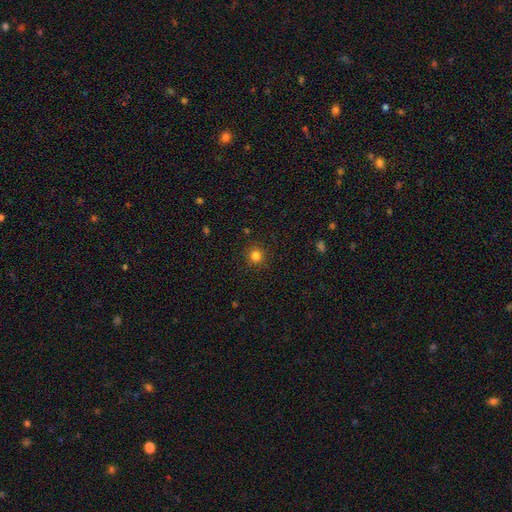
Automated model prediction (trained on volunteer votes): smooth 82%, star or artifact 14%, featured or disk 5%. Down the decision tree: how rounded — round (93%); merging — none (90%).